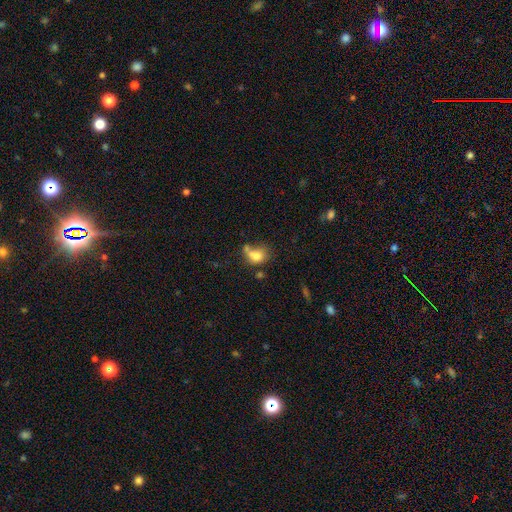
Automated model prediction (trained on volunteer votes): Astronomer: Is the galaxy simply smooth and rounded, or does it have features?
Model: smooth — 75%.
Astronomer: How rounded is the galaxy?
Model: in between — 57% (runner-up: round, 41%).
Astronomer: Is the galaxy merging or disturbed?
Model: none — 33% (runner-up: merger, 30%).